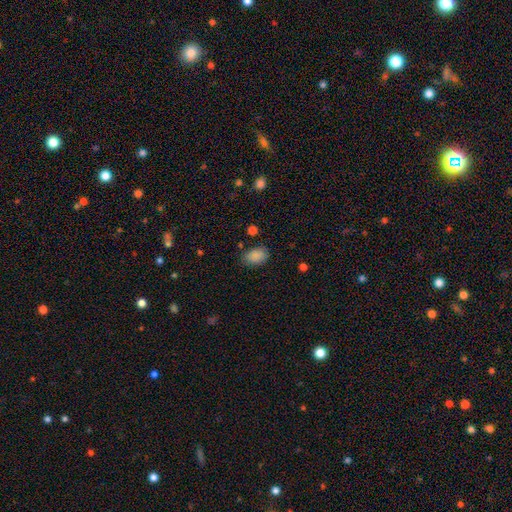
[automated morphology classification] The model was most divided on "merging": none: 76%, minor disturbance: 18%, major disturbance: 4%, merger: 2%. More confident: smooth or featured — smooth (87%); how rounded — in between (82%).